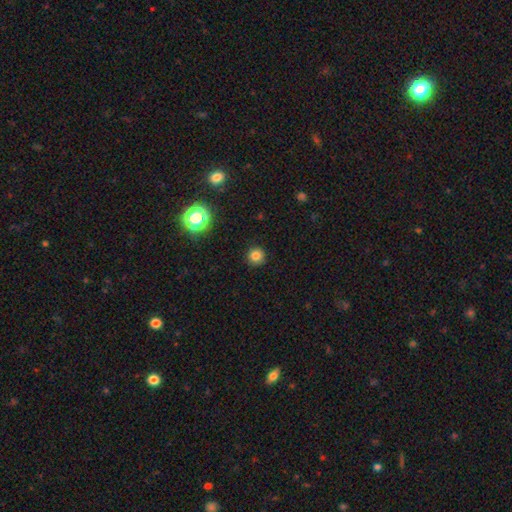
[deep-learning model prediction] Q: Smooth or featured?
A: smooth (80%); runner-up: star or artifact (15%)
Q: How rounded?
A: round (95%); runner-up: in between (4%)
Q: Merging?
A: none (92%); runner-up: minor disturbance (5%)